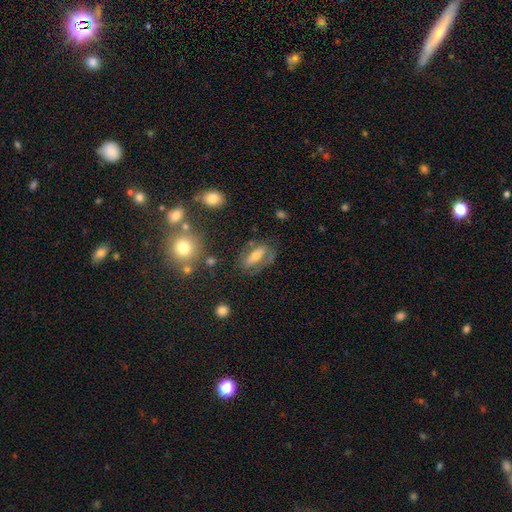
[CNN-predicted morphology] Overall: featured or disk (48%; smooth 42%). Merging: none (70%).